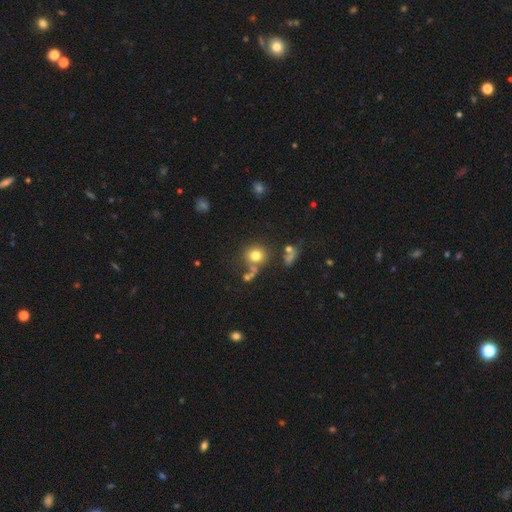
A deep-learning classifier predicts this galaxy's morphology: Overall: smooth (76%). How rounded: round (83%). Merging: none (65%).